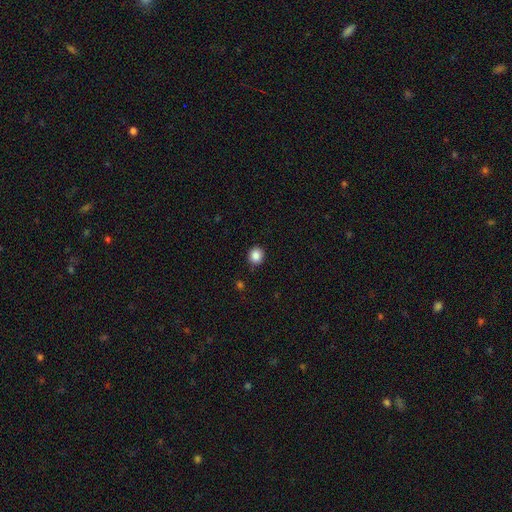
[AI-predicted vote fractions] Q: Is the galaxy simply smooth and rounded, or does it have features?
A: smooth — 87%.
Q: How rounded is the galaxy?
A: round — 82%.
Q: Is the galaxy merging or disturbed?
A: none — 90%.